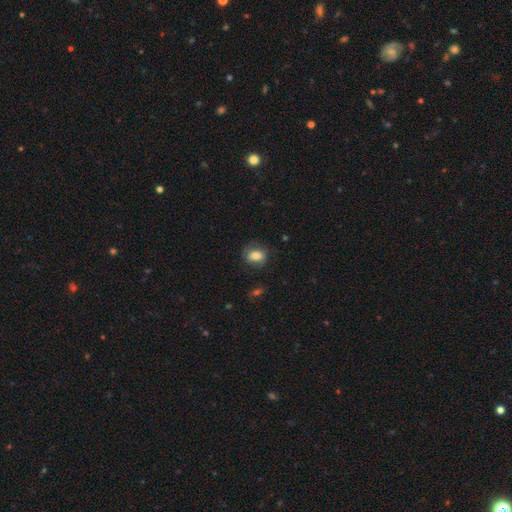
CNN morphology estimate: type=smooth (73%); roundness=in between (63%); merging=none (71%).